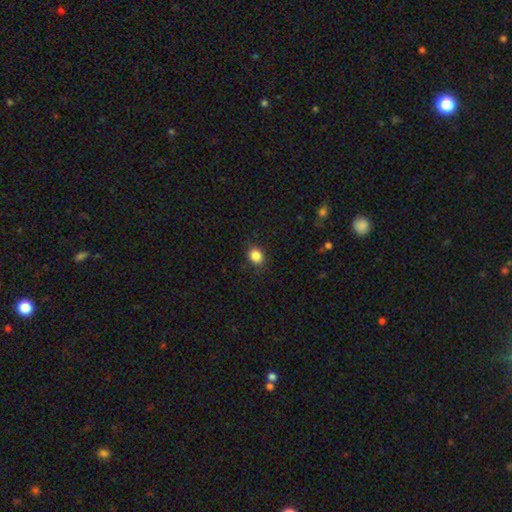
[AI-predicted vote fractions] Morphology: type=smooth (86%); roundness=round (63%); merging=none (86%).